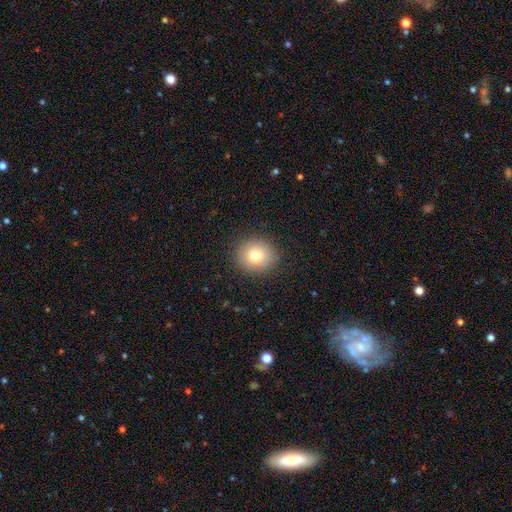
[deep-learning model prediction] This appears to be a smooth galaxy with no disk features (77%) that is round (80%). Merging: none (89%).